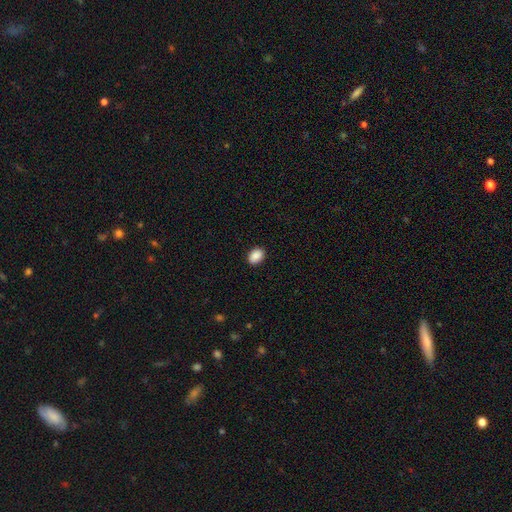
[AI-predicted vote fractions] Smooth or featured? smooth (90%)
How rounded? in between (76%)
Merging? none (89%)